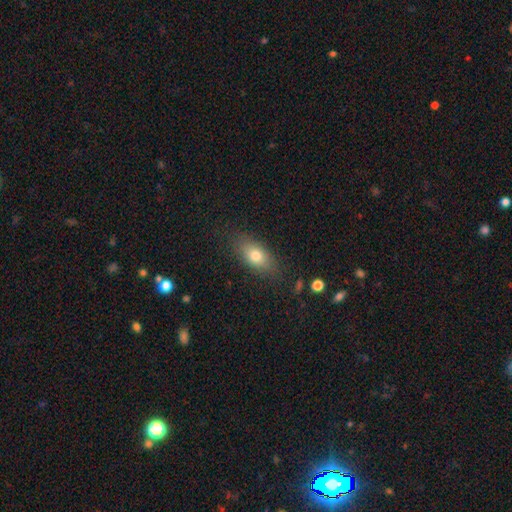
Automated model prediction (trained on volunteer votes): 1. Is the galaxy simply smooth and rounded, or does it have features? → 77% smooth, 15% featured or disk, 9% star or artifact.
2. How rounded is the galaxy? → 84% in between, 8% round, 7% cigar-shaped.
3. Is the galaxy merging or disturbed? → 81% none, 13% minor disturbance, 4% major disturbance, 1% merger.